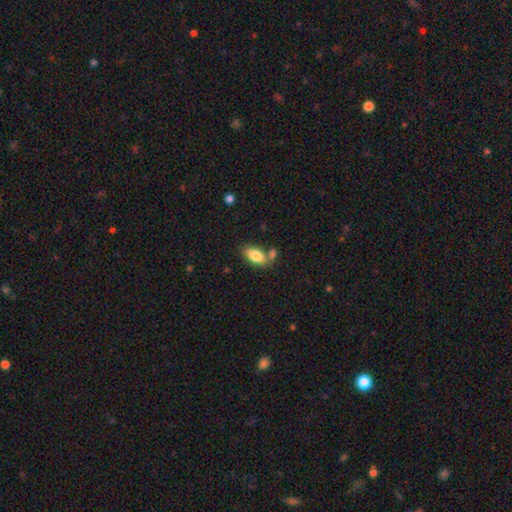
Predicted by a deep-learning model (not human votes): Smooth or featured: smooth — 84% (featured or disk — 9%)
How rounded: in between — 92% (cigar-shaped — 5%)
Merging: none — 62% (merger — 20%)